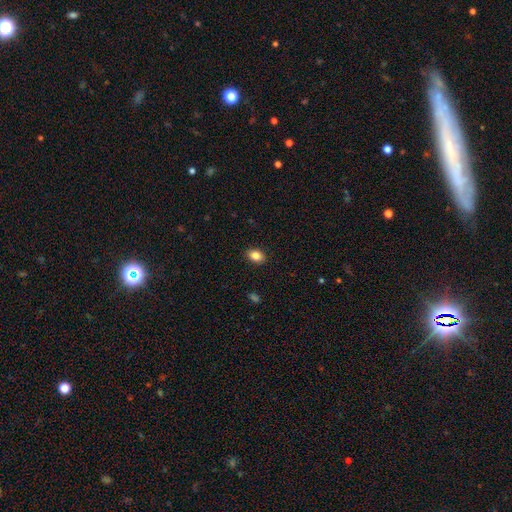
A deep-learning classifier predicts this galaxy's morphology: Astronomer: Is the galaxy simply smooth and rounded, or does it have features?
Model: smooth — 85%.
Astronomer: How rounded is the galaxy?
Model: in between — 73%.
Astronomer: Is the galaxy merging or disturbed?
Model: none — 90%.